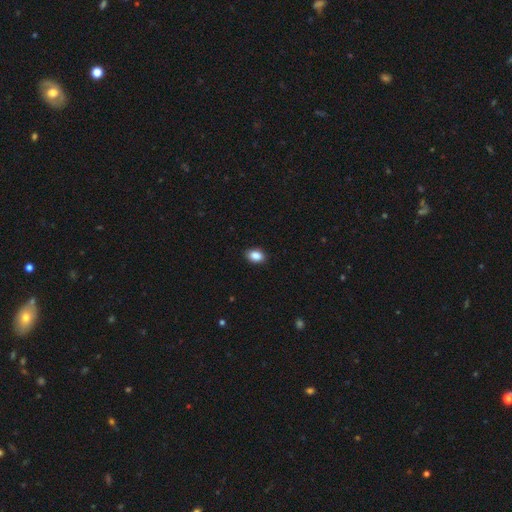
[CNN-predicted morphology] smooth 89%, star or artifact 8%, featured or disk 3%. Down the decision tree: how rounded — in between (83%); merging — none (89%).